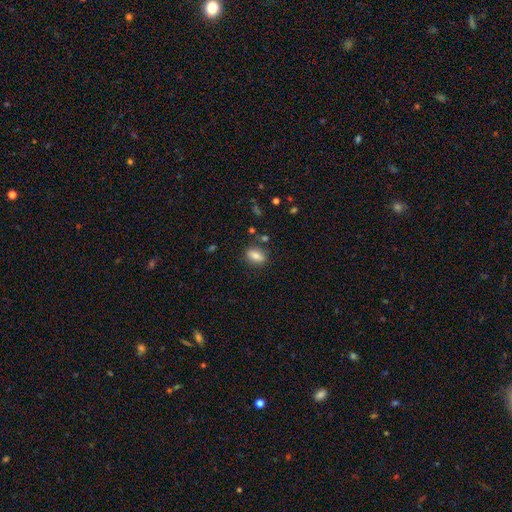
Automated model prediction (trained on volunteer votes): This appears to be a smooth galaxy with no disk features (83%) that is in between round and cigar-shaped (82%). Merging: none (82%).